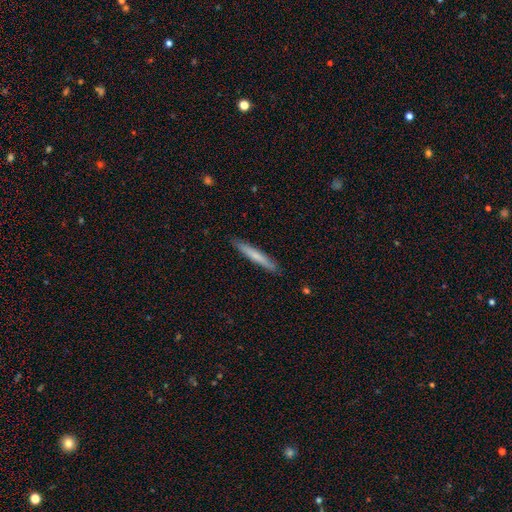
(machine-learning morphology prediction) Smooth or featured? smooth (65%)
How rounded? cigar-shaped (96%)
Merging? none (90%)